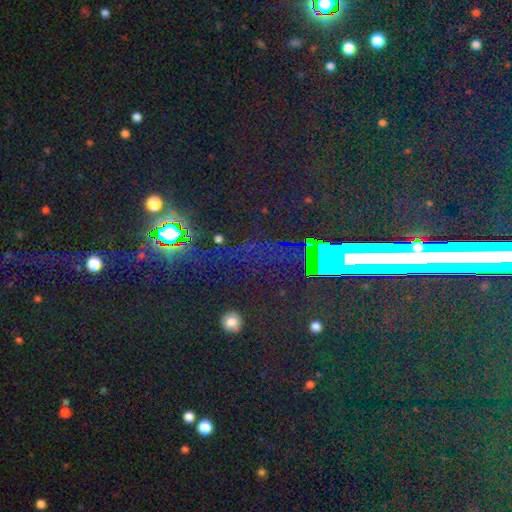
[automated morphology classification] smooth-or-featured: star or artifact: 75% | smooth: 15% | featured or disk: 9%